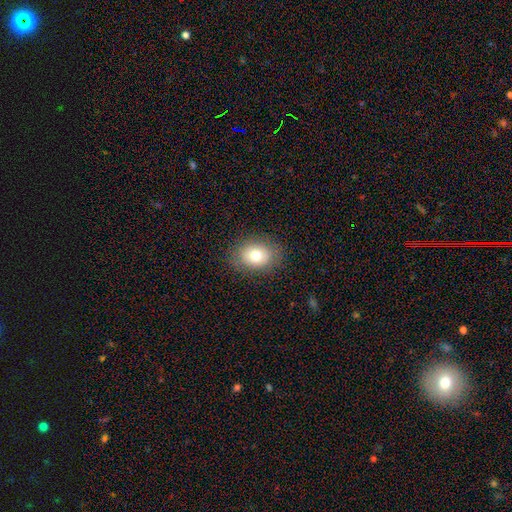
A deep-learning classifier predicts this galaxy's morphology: Overall: smooth (75%). How rounded: in between (65%; round 34%). Merging: none (84%).